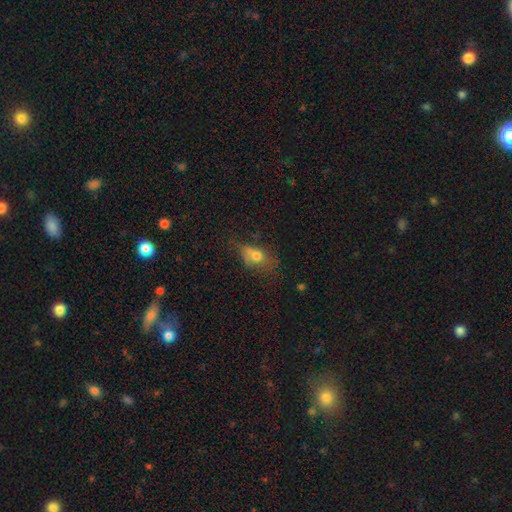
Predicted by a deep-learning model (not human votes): Q: Smooth or featured?
A: smooth (66%); runner-up: featured or disk (21%)
Q: How rounded?
A: in between (70%); runner-up: round (26%)
Q: Merging?
A: none (35%); runner-up: minor disturbance (27%)